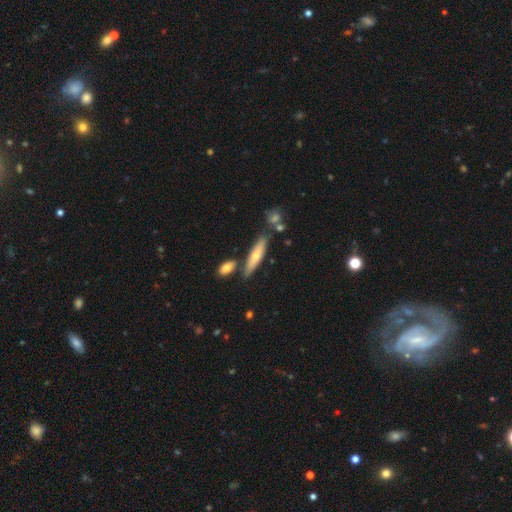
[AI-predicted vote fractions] The model was most divided on "smooth or featured": smooth: 56%, featured or disk: 38%, star or artifact: 6%. More confident: how rounded — cigar-shaped (75%); merging — none (72%).